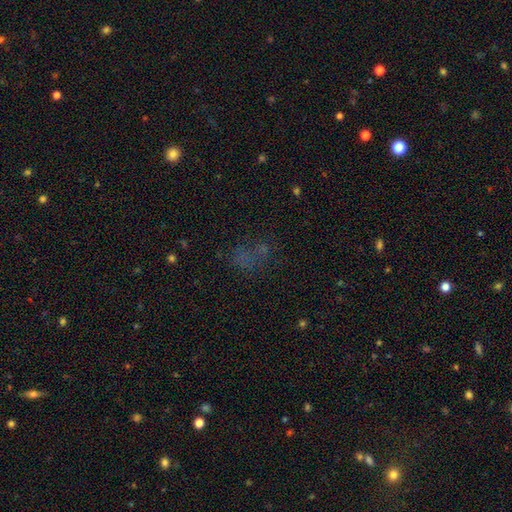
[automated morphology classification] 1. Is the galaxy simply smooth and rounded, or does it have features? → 43% smooth, 42% star or artifact, 15% featured or disk.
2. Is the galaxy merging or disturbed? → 59% none, 17% major disturbance, 16% minor disturbance, 8% merger.